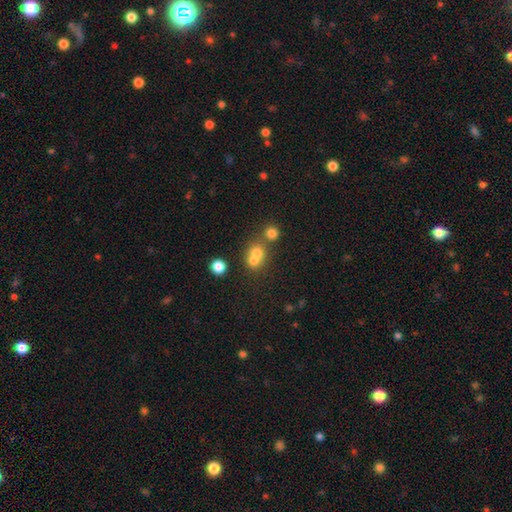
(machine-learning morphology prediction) Smooth or featured?
  - smooth: 69% *
  - featured or disk: 15%
  - star or artifact: 15%
How rounded?
  - round: 77% *
  - in between: 22%
  - cigar-shaped: 1%
Merging?
  - merger: 57% *
  - none: 34%
  - minor disturbance: 6%
  - major disturbance: 3%